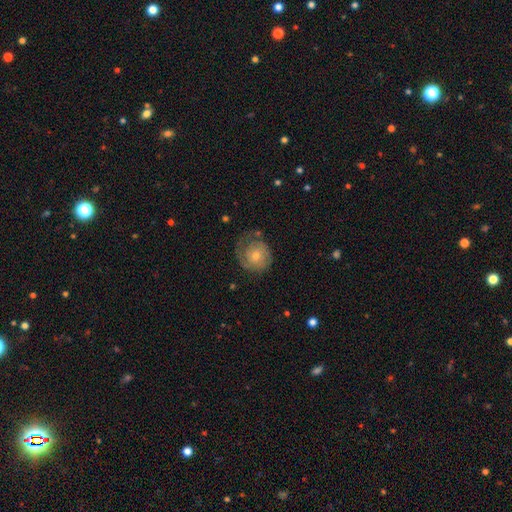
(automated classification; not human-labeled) Overall: featured or disk (65%; smooth 27%). Edge-on disk: no (97%). Bar: no (79%). Spiral arms: yes (84%). Spiral arm count: 2 (36%; can't tell 29%). Spiral winding: tight (63%; medium 26%). Bulge size: moderate (51%; small 44%). Merging: none (63%).